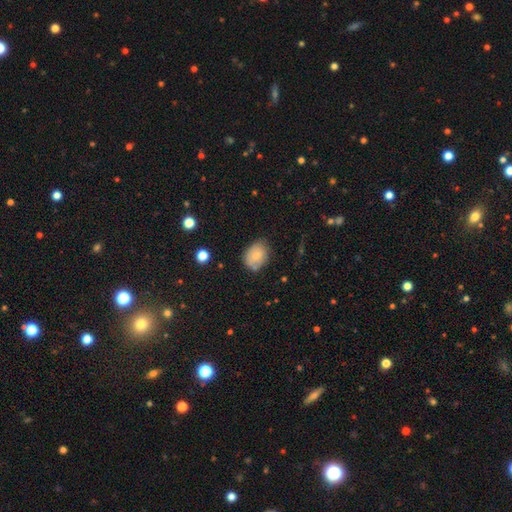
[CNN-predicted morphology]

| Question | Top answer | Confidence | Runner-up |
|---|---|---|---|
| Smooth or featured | smooth | 78% | featured or disk (14%) |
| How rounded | in between | 71% | round (28%) |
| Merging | none | 67% | minor disturbance (24%) |